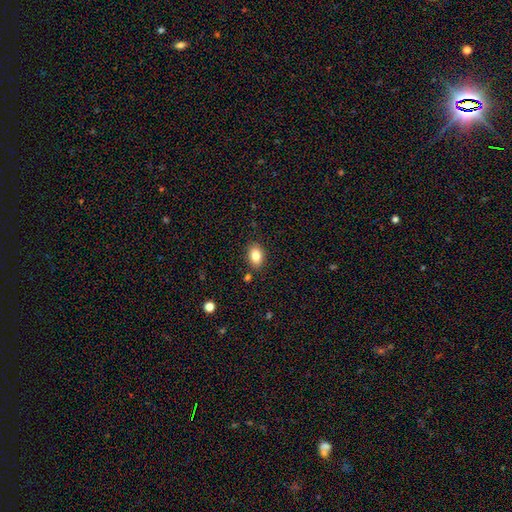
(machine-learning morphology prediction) type=smooth (83%); roundness=in between (83%); merging=none (85%).